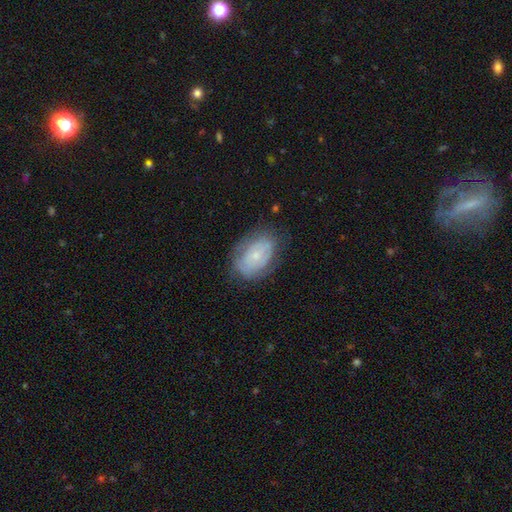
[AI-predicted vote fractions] Overall: featured or disk (52%; smooth 41%). Edge-on disk: no (95%). Merging: none (70%).